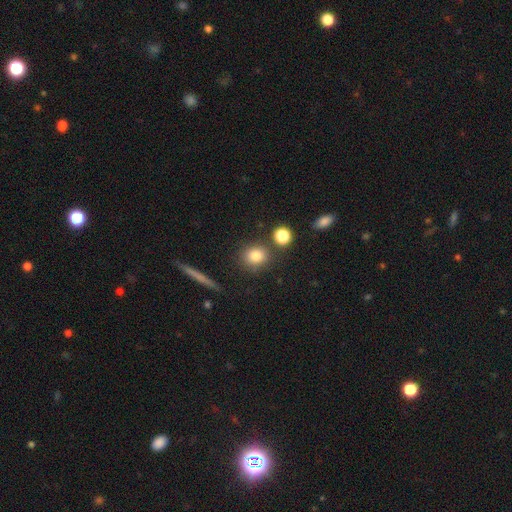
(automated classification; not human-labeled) This is clearly a smooth galaxy (82%). How rounded: likely round (73%). Merging: clearly none (80%).